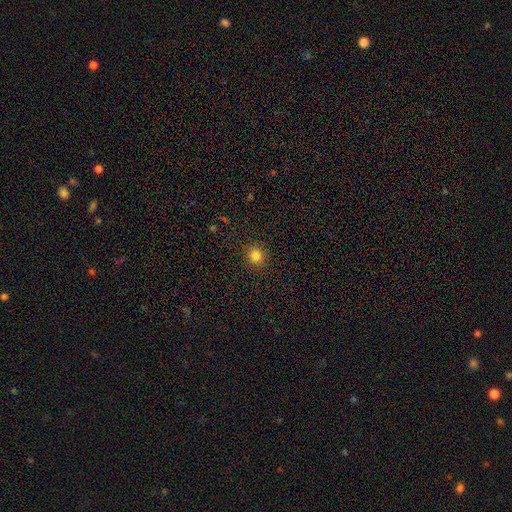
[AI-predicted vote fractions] This is clearly a smooth galaxy (82%). How rounded: clearly round (90%). Merging: clearly none (91%).